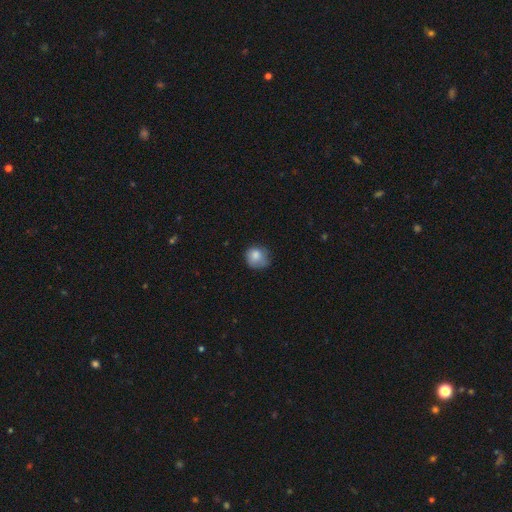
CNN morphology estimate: Smooth or featured: smooth — 81% (featured or disk — 10%)
How rounded: round — 81% (in between — 18%)
Merging: none — 57% (minor disturbance — 31%)